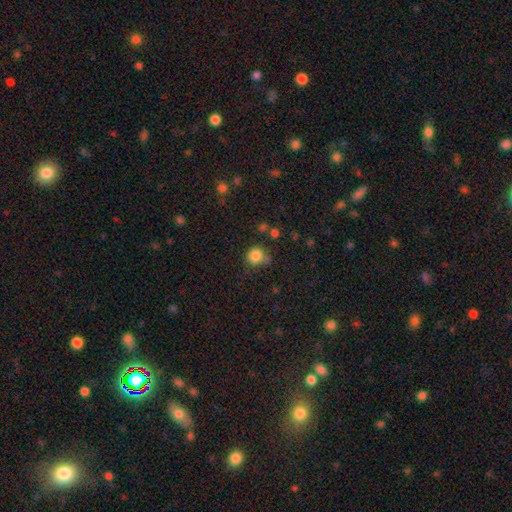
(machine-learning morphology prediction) Overall: smooth (83%). How rounded: round (87%). Merging: none (69%).